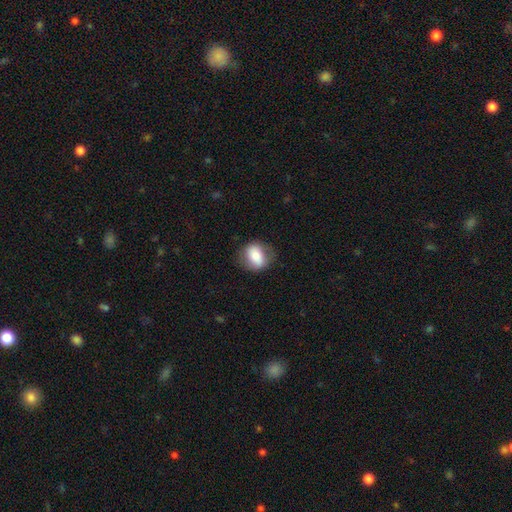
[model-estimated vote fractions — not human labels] A smooth galaxy with no disk features (74%) that is in between round and cigar-shaped (56%).

Vote fractions:
- Smooth or featured? smooth: 74% / featured or disk: 19% / star or artifact: 8%
- How rounded? in between: 56% / round: 42% / cigar-shaped: 2%
- Merging? none: 75% / minor disturbance: 17% / major disturbance: 6% / merger: 1%